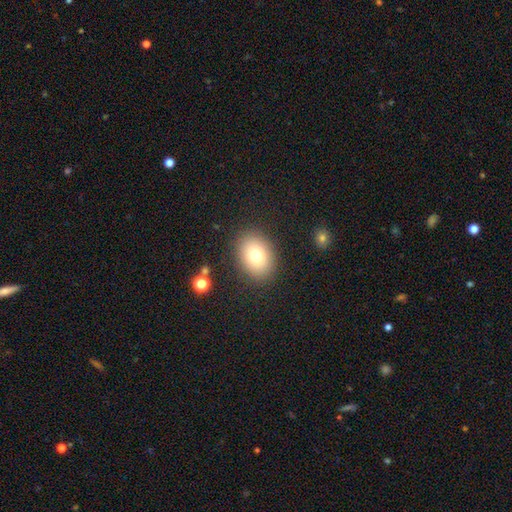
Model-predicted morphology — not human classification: This is likely a smooth galaxy (75%). How rounded: likely in between (63%). Merging: clearly none (87%).